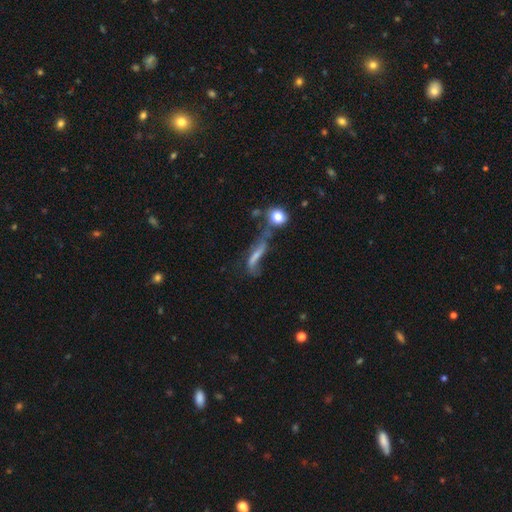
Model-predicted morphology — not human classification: Smooth or featured? featured or disk (47%)
Merging? none (32%)